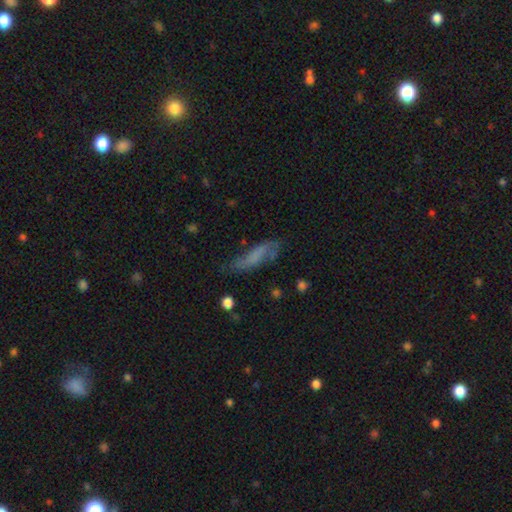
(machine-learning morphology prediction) Smooth or featured? smooth (52%)
How rounded? cigar-shaped (59%)
Merging? none (54%)